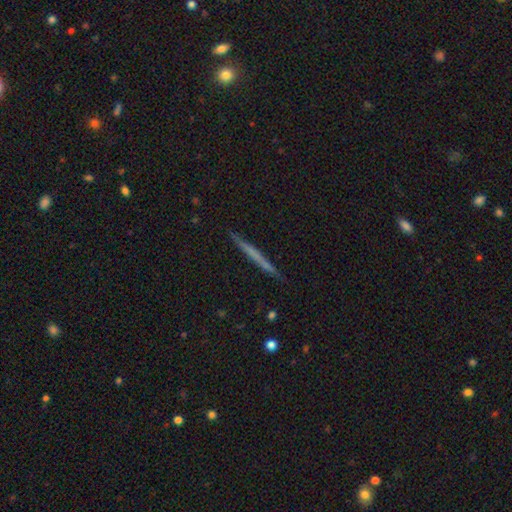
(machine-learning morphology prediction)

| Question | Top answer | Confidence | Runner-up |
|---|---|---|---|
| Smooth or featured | featured or disk | 47% | tied: smooth (47%) |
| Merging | none | 91% | minor disturbance (6%) |